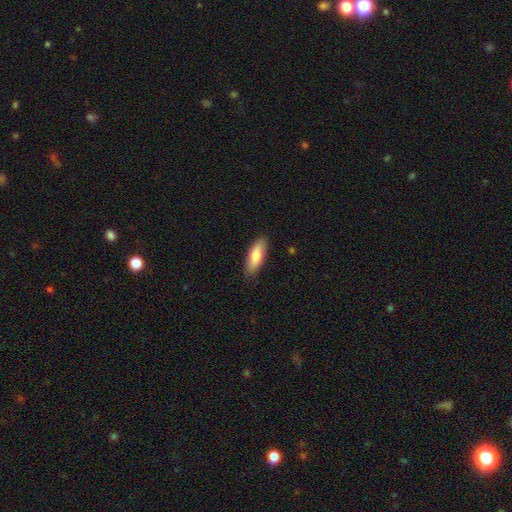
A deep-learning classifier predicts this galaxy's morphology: Smooth or featured?
  - smooth: 80% *
  - featured or disk: 15%
  - star or artifact: 6%
How rounded?
  - in between: 66% *
  - cigar-shaped: 32%
  - round: 2%
Merging?
  - none: 87% *
  - minor disturbance: 10%
  - major disturbance: 2%
  - merger: 1%